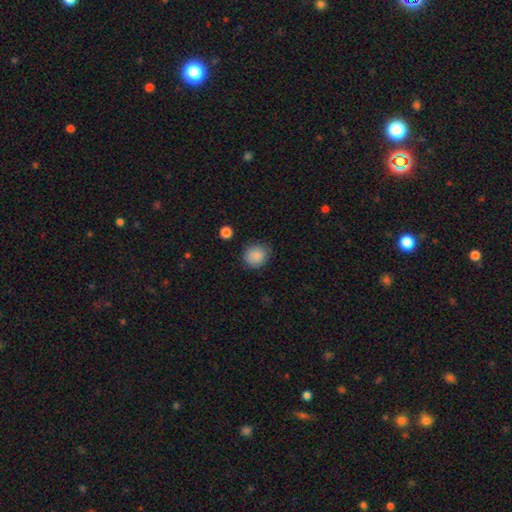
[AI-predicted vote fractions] Smooth or featured: smooth — 87% (star or artifact — 9%)
How rounded: round — 85% (in between — 14%)
Merging: none — 83% (minor disturbance — 13%)